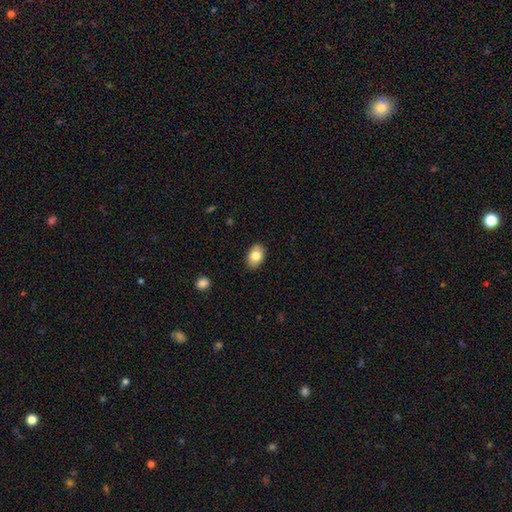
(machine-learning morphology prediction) Smooth or featured?
  - smooth: 81% *
  - featured or disk: 11%
  - star or artifact: 7%
How rounded?
  - in between: 83% *
  - round: 16%
  - cigar-shaped: 1%
Merging?
  - none: 88% *
  - minor disturbance: 9%
  - major disturbance: 2%
  - merger: 1%